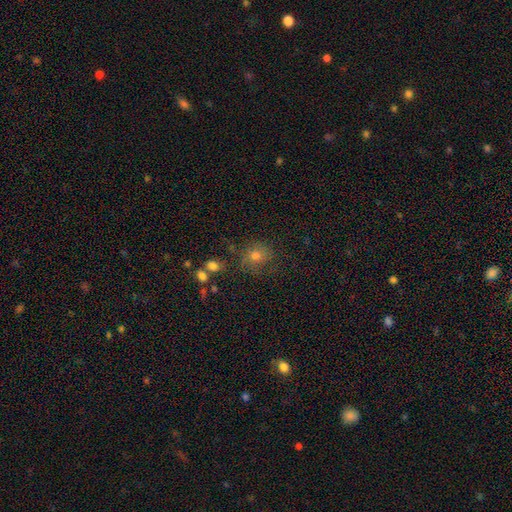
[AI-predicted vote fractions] Smooth or featured? smooth (63%)
How rounded? round (80%)
Merging? none (71%)